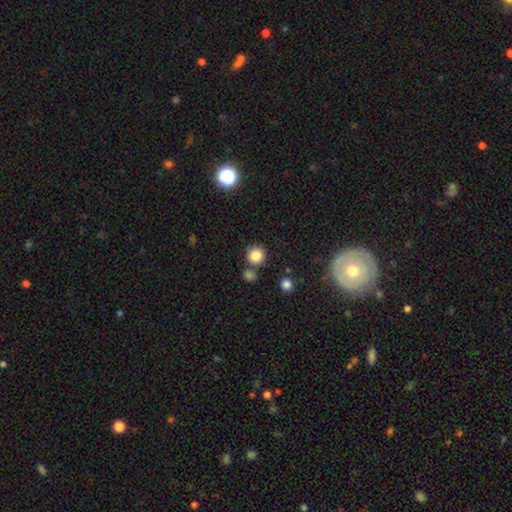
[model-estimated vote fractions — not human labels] Smooth or featured? Predicted: smooth (p=0.84). How rounded? Predicted: round (p=0.92). Merging? Predicted: none (p=0.74).